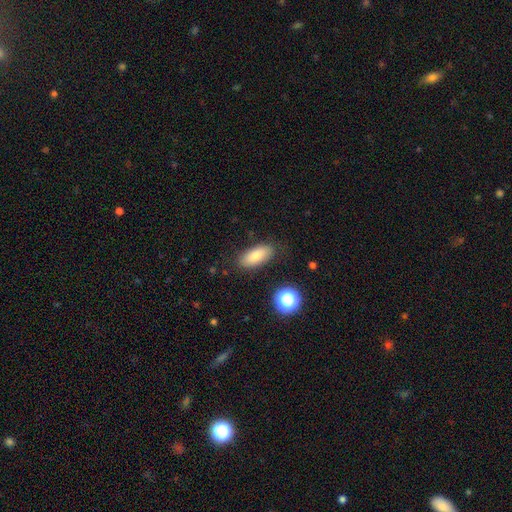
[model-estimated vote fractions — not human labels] smooth_or_featured: smooth (p=0.76) [alt: featured or disk p=0.15]
how_rounded: in between (p=0.83) [alt: cigar-shaped p=0.12]
merging: none (p=0.83) [alt: minor disturbance p=0.12]